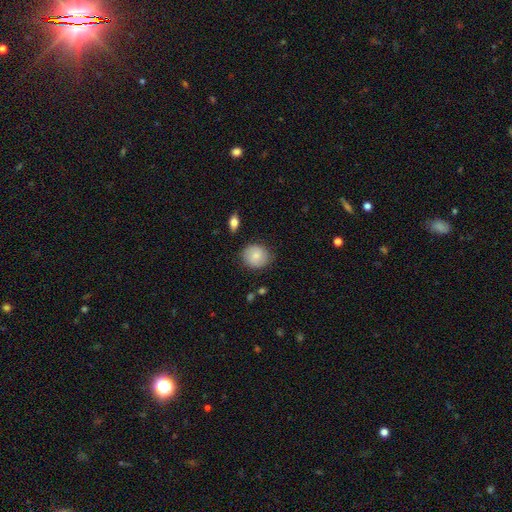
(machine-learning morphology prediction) smooth_or_featured: smooth (p=0.74) [alt: featured or disk p=0.19]
how_rounded: round (p=0.78) [alt: in between p=0.21]
merging: none (p=0.80) [alt: minor disturbance p=0.15]